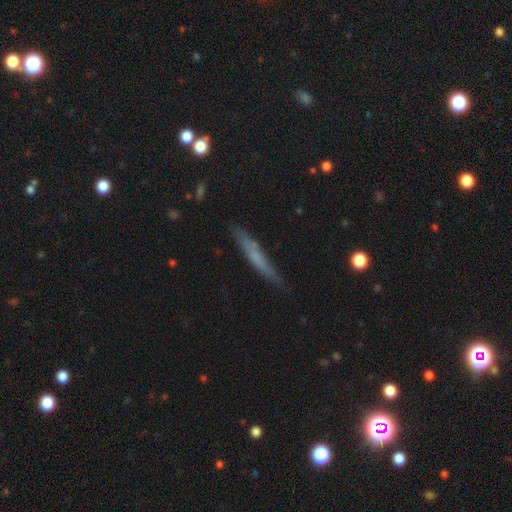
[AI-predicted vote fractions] Smooth or featured? Predicted: smooth (p=0.55). How rounded? Predicted: cigar-shaped (p=0.94). Merging? Predicted: none (p=0.82).